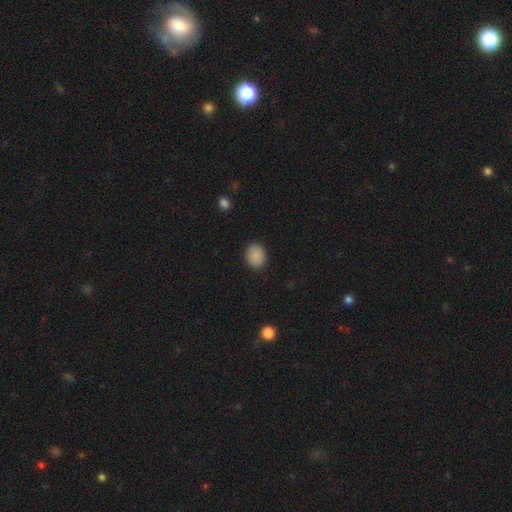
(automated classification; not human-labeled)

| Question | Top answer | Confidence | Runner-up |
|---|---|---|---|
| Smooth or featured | smooth | 88% | star or artifact (8%) |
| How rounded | in between | 52% | round (47%) |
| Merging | none | 89% | minor disturbance (8%) |